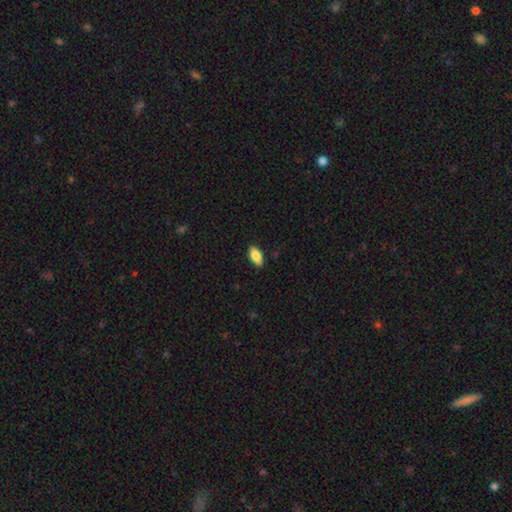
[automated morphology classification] The model was most divided on "smooth or featured": smooth: 82%, featured or disk: 12%, star or artifact: 7%. More confident: how rounded — in between (89%); merging — none (88%).